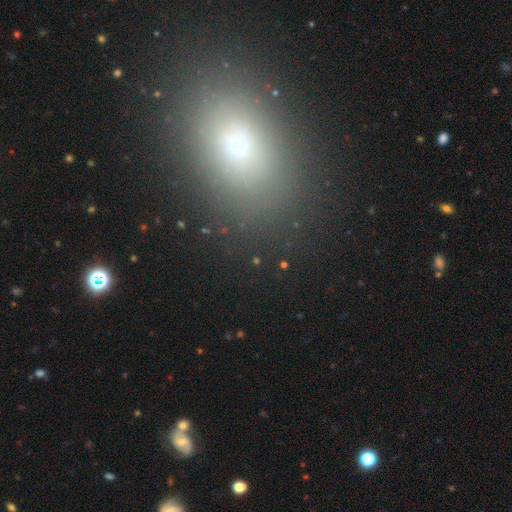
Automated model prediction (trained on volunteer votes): Smooth or featured: smooth — 57% (star or artifact — 29%)
How rounded: in between — 60% (round — 37%)
Merging: none — 86% (minor disturbance — 8%)